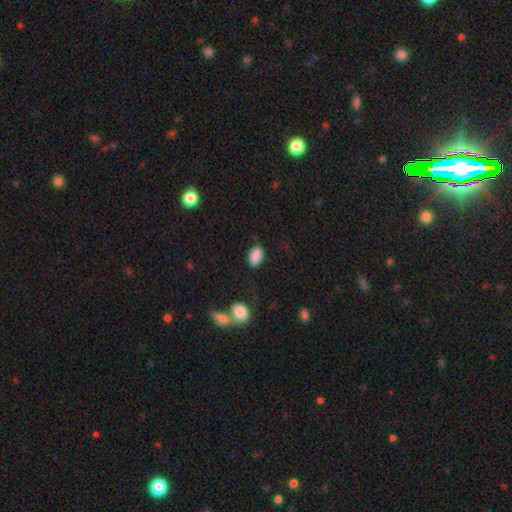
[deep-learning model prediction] smooth_or_featured: smooth (p=0.88) [alt: star or artifact p=0.08]
how_rounded: in between (p=0.91) [alt: round p=0.07]
merging: none (p=0.78) [alt: minor disturbance p=0.14]